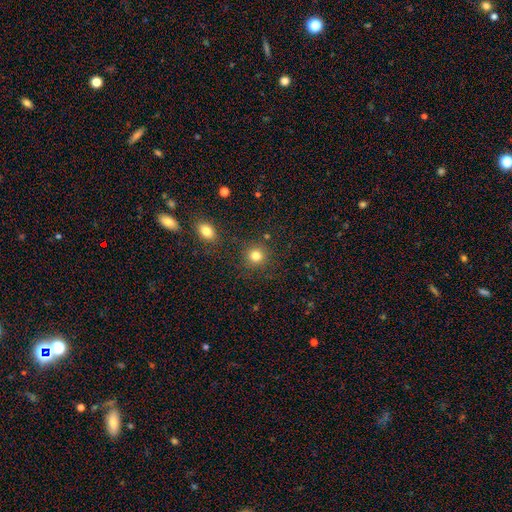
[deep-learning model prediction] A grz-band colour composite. It shows a smooth galaxy with no disk features (82%) that is round (91%). Merging: none (85%).